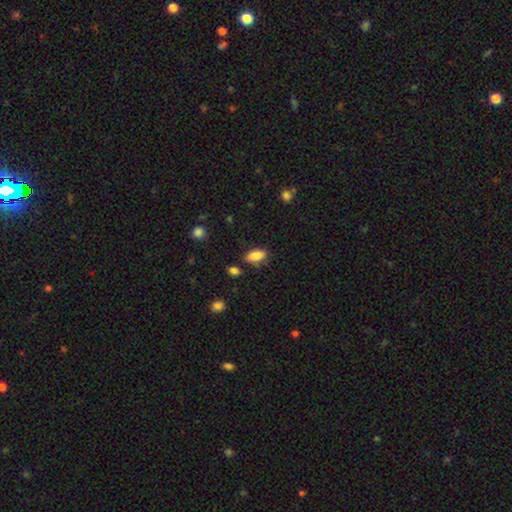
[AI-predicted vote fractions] smooth 84%, star or artifact 8%, featured or disk 8%. Down the decision tree: how rounded — in between (86%); merging — none (77%).